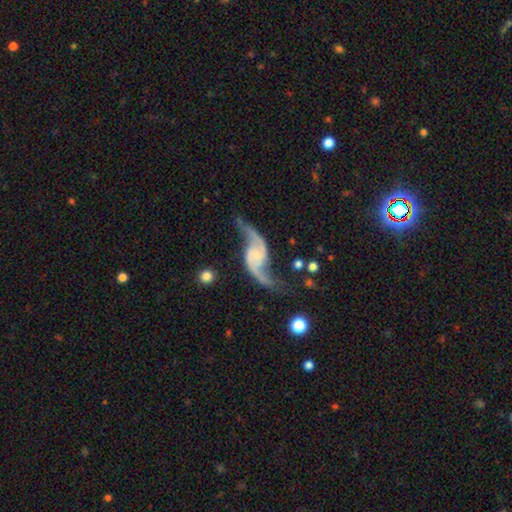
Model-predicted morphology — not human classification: This is clearly a featured or disk galaxy (91%). It is clearly not viewed edge-on (97%). Bar: possibly no (55%). Spiral arm pattern: clearly yes (97%). Spiral arm count: clearly 2 (94%). Spiral winding: clearly loose (86%). Central bulge: marginally none (45%). Merging: likely none (65%).